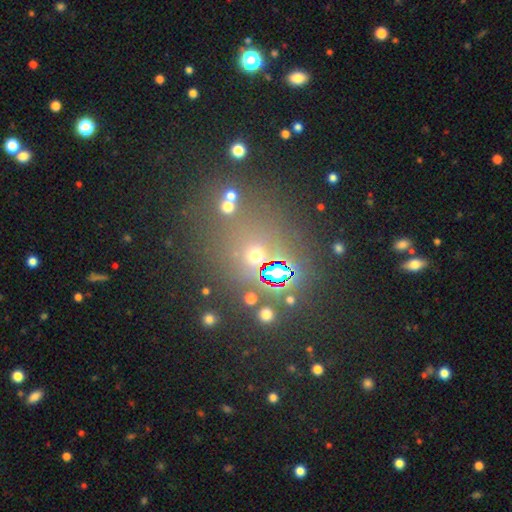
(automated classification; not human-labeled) Overall: smooth (45%, tied with star or artifact). Merging: none (72%).